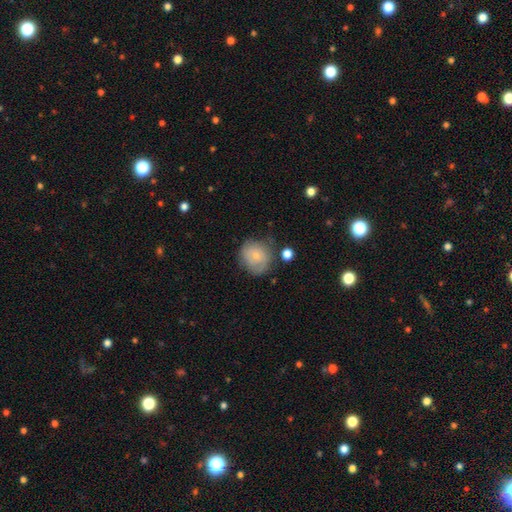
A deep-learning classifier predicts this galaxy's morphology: A smooth galaxy with no disk features (61%) that is round (78%). Merging: none (60%).